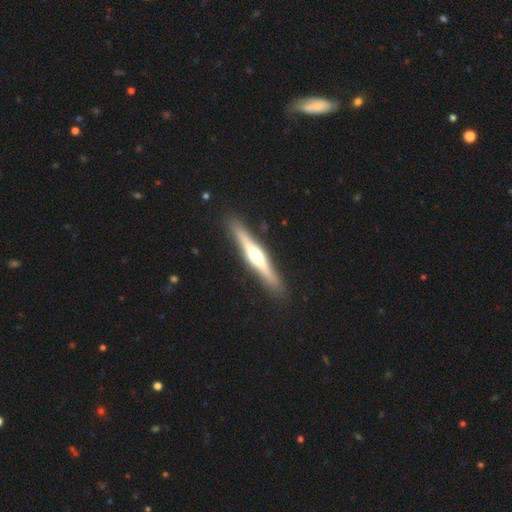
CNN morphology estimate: This appears to be a featured or disk galaxy (70%) viewed edge-on (97%) with a rounded central bulge (88%). Merging: none (90%).